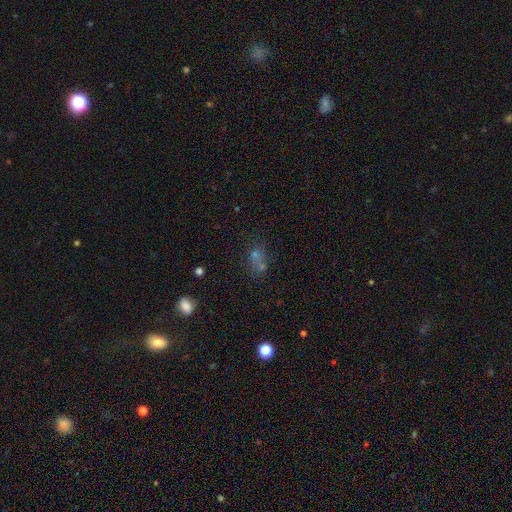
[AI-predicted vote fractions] smooth-or-featured: smooth: 53% | star or artifact: 31% | featured or disk: 16%
  how-rounded: round: 62% | in between: 35% | cigar-shaped: 3%
  merging: none: 44% | merger: 40% | minor disturbance: 10% | major disturbance: 6%